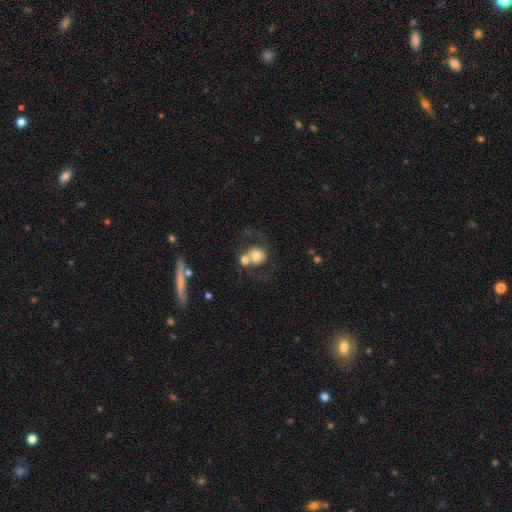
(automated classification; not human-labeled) The model was most divided on "merging": merger: 45%, none: 32%, major disturbance: 13%, minor disturbance: 11%. More confident: how rounded — round (80%); smooth or featured — smooth (55%).